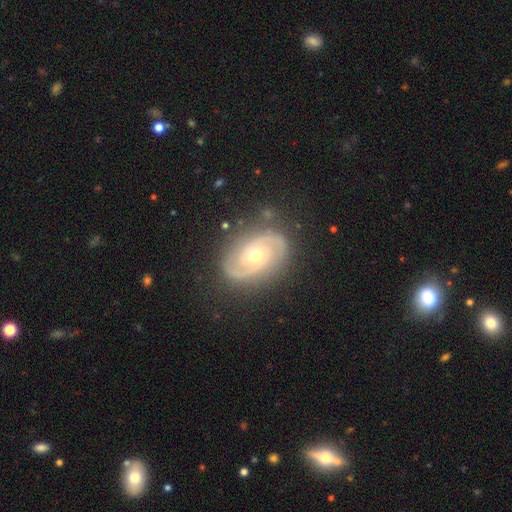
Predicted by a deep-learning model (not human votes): Morphology: type=featured or disk (87%); edge-on=no (97%); bar=no (72%); spiral arms=yes (96%); winding=tight (49%); arm count=2 (89%); bulge=moderate (59%); merging=none (84%).